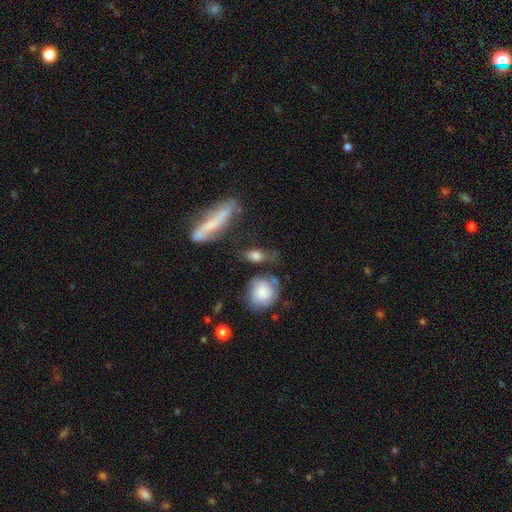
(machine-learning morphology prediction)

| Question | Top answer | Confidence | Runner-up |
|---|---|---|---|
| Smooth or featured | smooth | 70% | featured or disk (20%) |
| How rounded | in between | 63% | round (24%) |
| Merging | none | 51% | minor disturbance (22%) |